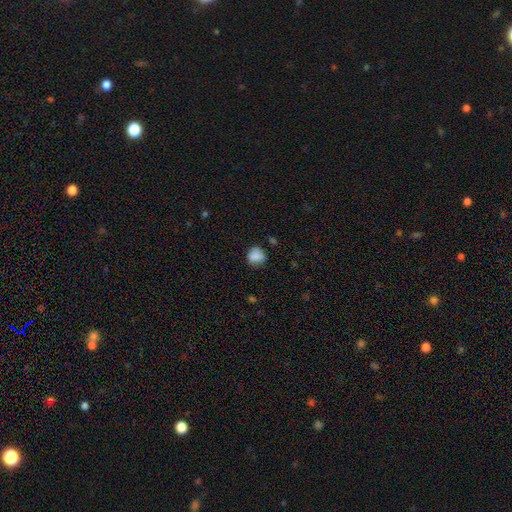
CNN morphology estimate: Smooth or featured? smooth (85%)
How rounded? round (80%)
Merging? none (73%)